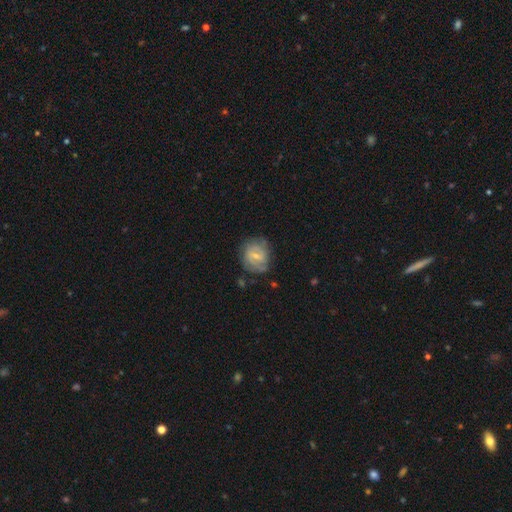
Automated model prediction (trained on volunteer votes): Overall: featured or disk (63%; smooth 30%). Edge-on disk: no (97%). Bar: weak (57%; no 27%). Spiral arms: yes (79%). Bulge size: small (62%; moderate 31%). Merging: none (68%).